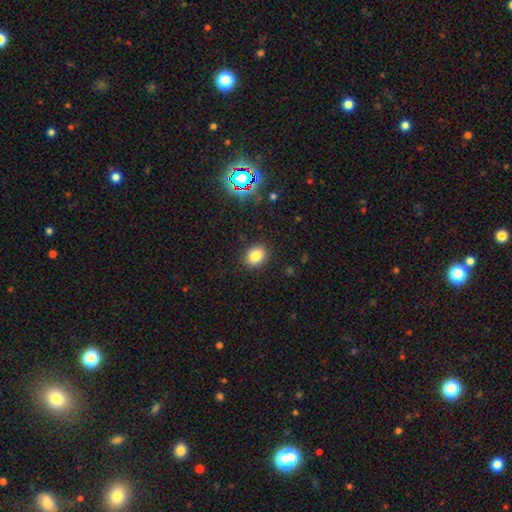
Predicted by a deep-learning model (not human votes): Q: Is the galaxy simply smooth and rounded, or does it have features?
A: smooth — 81%.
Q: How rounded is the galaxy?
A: round — 54%.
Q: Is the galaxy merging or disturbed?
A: none — 89%.